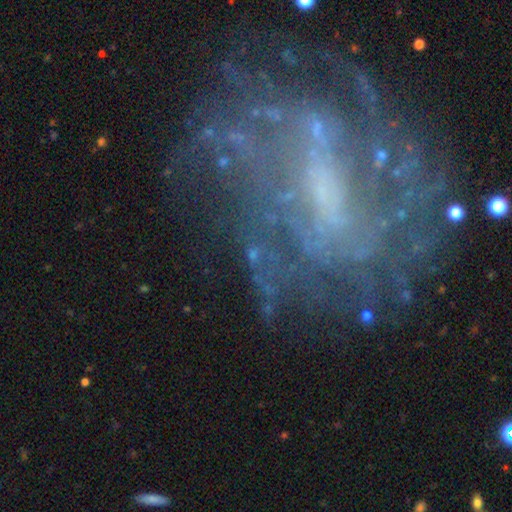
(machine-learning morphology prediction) The model was most divided on "bar": no: 47%, weak: 31%, strong: 22%. More confident: edge-on disk — no (94%); spiral arms — yes (81%); merging — none (65%); smooth or featured — featured or disk (64%); bulge size — small (53%).